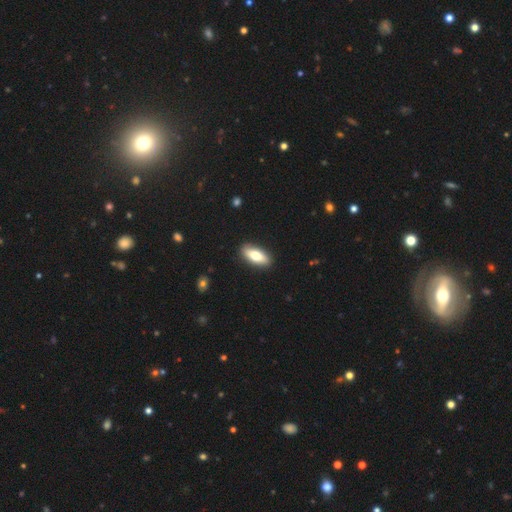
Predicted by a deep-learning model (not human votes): Q: Smooth or featured?
A: smooth (72%); runner-up: featured or disk (22%)
Q: How rounded?
A: in between (77%); runner-up: cigar-shaped (20%)
Q: Merging?
A: none (90%); runner-up: minor disturbance (8%)